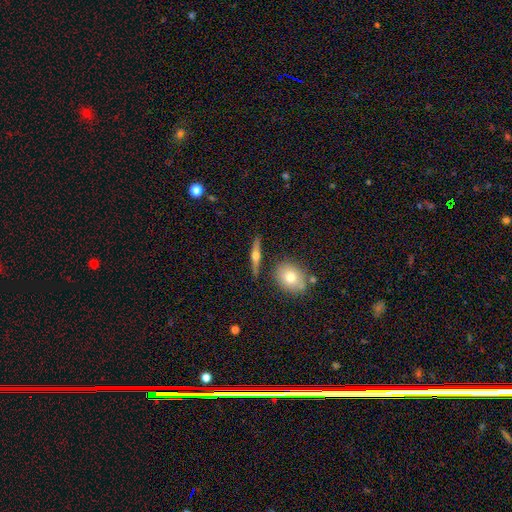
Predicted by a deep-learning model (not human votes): Q: Smooth or featured?
A: featured or disk (61%); runner-up: smooth (32%)
Q: Edge-on disk?
A: yes (94%); runner-up: no (6%)
Q: Edge-on bulge?
A: rounded (93%); runner-up: boxy (4%)
Q: Merging?
A: none (84%); runner-up: minor disturbance (9%)